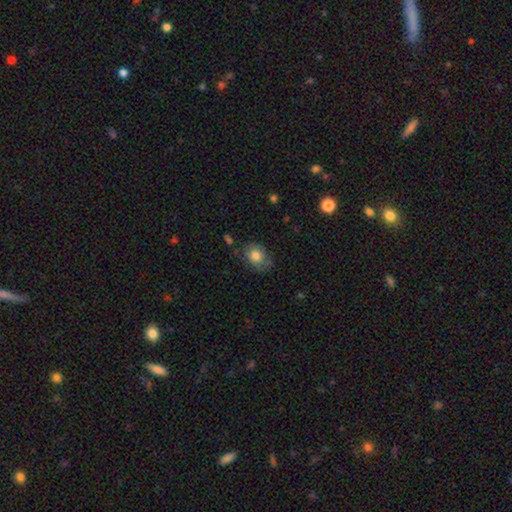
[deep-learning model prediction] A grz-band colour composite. It shows a smooth galaxy with no disk features (79%) that is in between round and cigar-shaped (58%). Merging: none (68%).